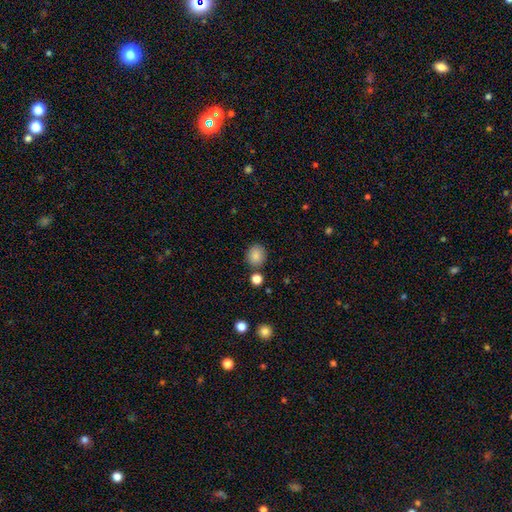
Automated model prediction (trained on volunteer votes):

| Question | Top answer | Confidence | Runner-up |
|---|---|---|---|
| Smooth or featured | smooth | 86% | star or artifact (10%) |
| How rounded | round | 77% | in between (22%) |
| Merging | none | 82% | minor disturbance (9%) |